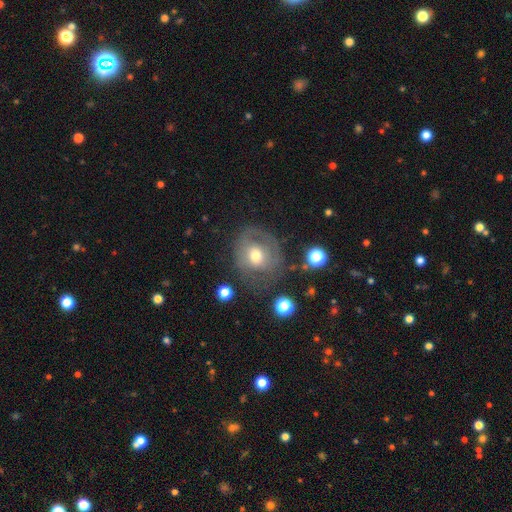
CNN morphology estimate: featured or disk 47%, smooth 44%, star or artifact 9%. Down the decision tree: merging — none (55%).